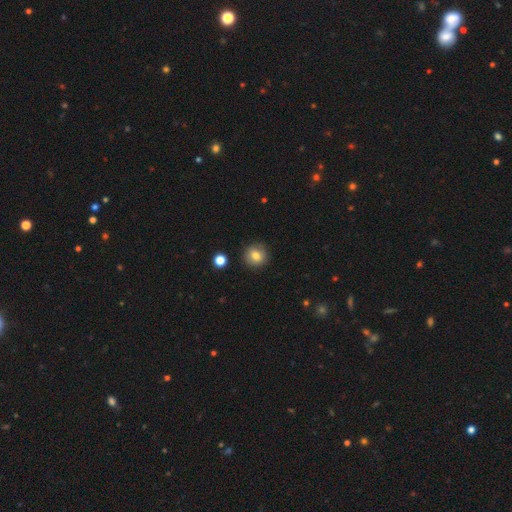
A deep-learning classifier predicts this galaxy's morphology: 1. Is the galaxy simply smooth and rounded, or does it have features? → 78% smooth, 11% featured or disk, 11% star or artifact.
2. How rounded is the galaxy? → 90% round, 9% in between, 1% cigar-shaped.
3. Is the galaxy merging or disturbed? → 89% none, 7% minor disturbance, 2% major disturbance, 2% merger.